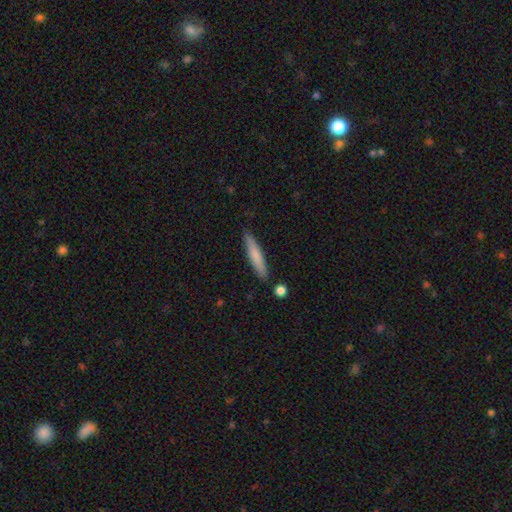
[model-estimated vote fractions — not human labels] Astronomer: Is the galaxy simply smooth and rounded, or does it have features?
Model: smooth — 73%.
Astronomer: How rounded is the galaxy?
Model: cigar-shaped — 92%.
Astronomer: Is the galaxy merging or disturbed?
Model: none — 85%.